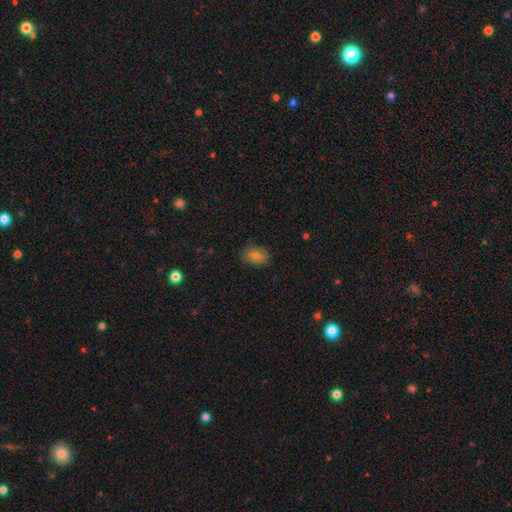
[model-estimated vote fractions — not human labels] Q: Smooth or featured?
A: smooth (77%); runner-up: featured or disk (11%)
Q: How rounded?
A: in between (73%); runner-up: round (26%)
Q: Merging?
A: none (85%); runner-up: minor disturbance (12%)